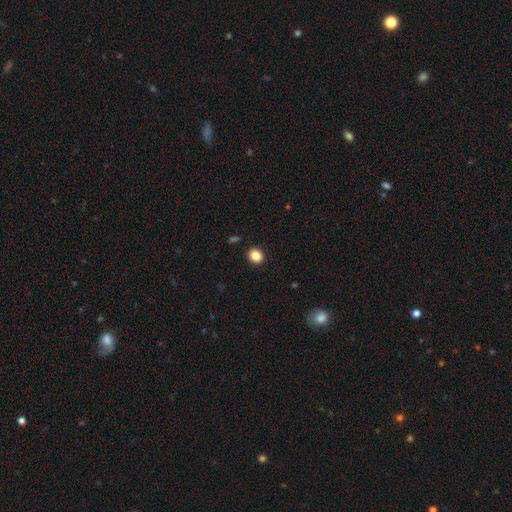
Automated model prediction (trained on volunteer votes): smooth 86%, star or artifact 10%, featured or disk 4%. Down the decision tree: how rounded — round (72%); merging — none (91%).